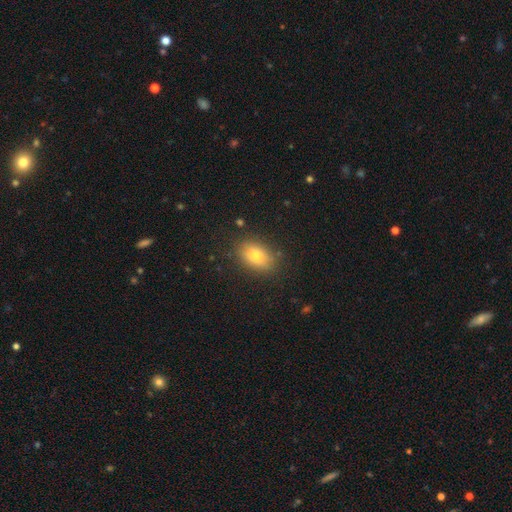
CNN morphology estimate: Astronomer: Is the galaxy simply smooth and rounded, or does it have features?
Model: smooth — 78%.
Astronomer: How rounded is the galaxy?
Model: in between — 85%.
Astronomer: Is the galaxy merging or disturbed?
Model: none — 84%.